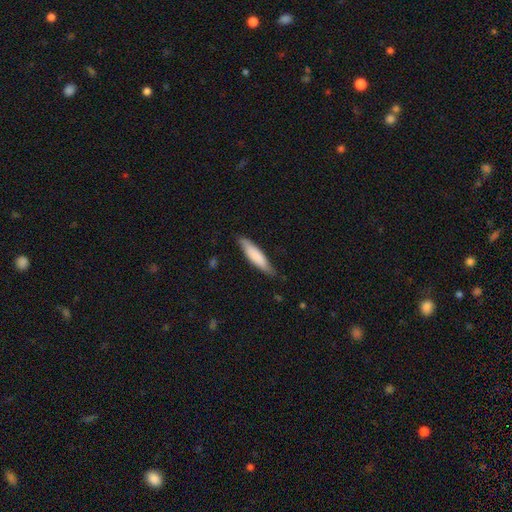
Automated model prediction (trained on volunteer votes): This is likely a smooth galaxy (79%). How rounded: likely cigar-shaped (75%). Merging: likely none (77%).